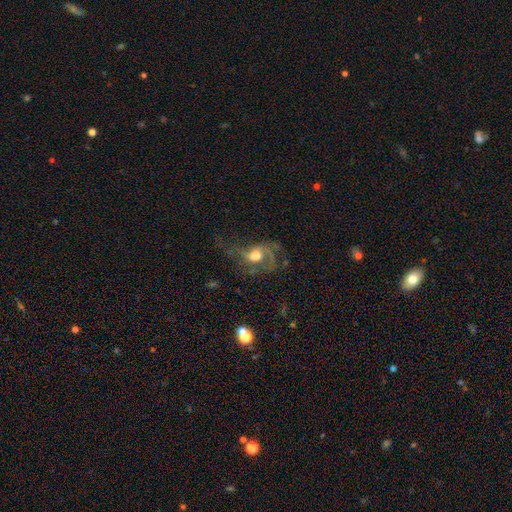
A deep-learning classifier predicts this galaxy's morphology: Q: Smooth or featured?
A: featured or disk (67%); runner-up: smooth (24%)
Q: Edge-on disk?
A: no (96%); runner-up: yes (4%)
Q: Bar?
A: no (68%); runner-up: weak (26%)
Q: Spiral arms?
A: yes (82%); runner-up: no (18%)
Q: Spiral winding?
A: loose (51%); runner-up: medium (37%)
Q: Spiral arm count?
A: 2 (38%); runner-up: 1 (26%)
Q: Bulge size?
A: moderate (61%); runner-up: large (26%)
Q: Merging?
A: major disturbance (46%); runner-up: none (32%)